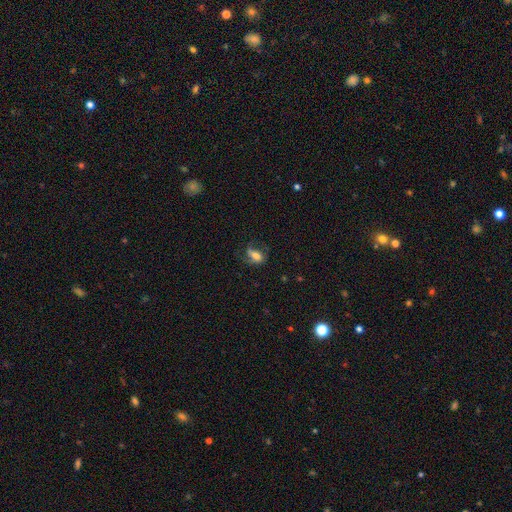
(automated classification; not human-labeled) Smooth or featured: smooth — 48% (featured or disk — 41%)
Merging: none — 48% (major disturbance — 26%)